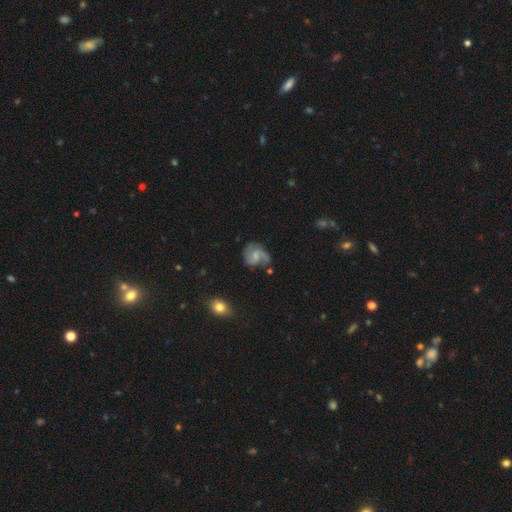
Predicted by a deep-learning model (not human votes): This is likely a featured or disk galaxy (71%). It is clearly not viewed edge-on (98%). Bar: possibly no (48%). Spiral arm pattern: clearly yes (92%). Spiral arm count: likely 2 (66%). Spiral winding: possibly medium (48%). Central bulge: possibly small (48%). Merging: possibly none (56%).